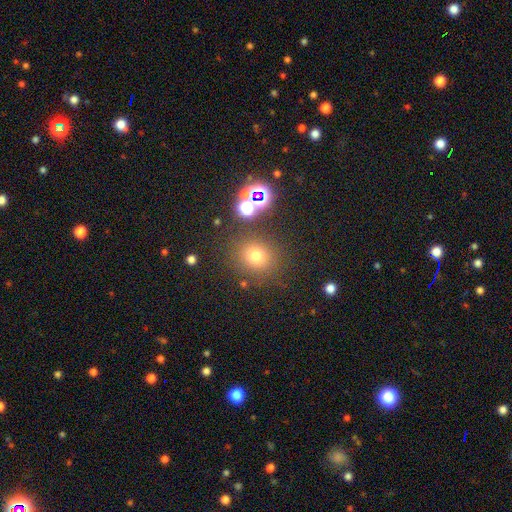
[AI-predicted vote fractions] Q: Smooth or featured?
A: smooth (70%); runner-up: star or artifact (21%)
Q: How rounded?
A: round (82%); runner-up: in between (17%)
Q: Merging?
A: none (80%); runner-up: minor disturbance (9%)